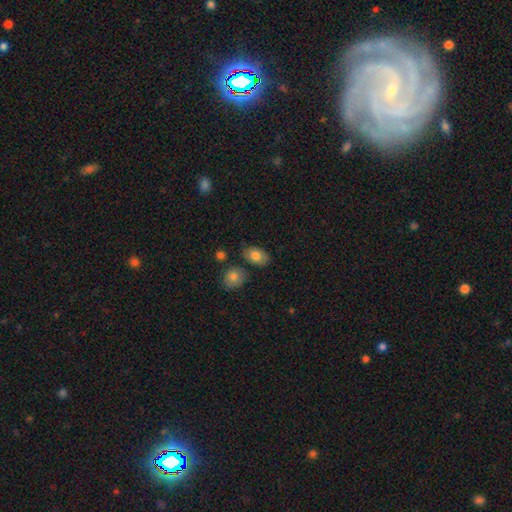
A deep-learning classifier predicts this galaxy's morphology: Smooth or featured? Predicted: smooth (p=0.79). How rounded? Predicted: in between (p=0.89). Merging? Predicted: none (p=0.77).